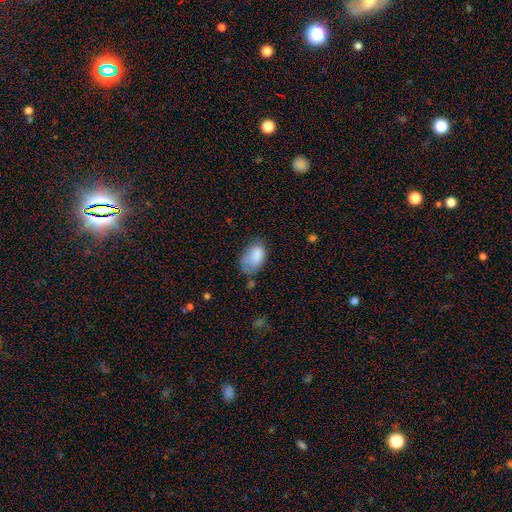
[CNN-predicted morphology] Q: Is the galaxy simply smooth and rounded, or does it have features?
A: smooth — 83%.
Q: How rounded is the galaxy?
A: in between — 90%.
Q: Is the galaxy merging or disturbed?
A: none — 48%.